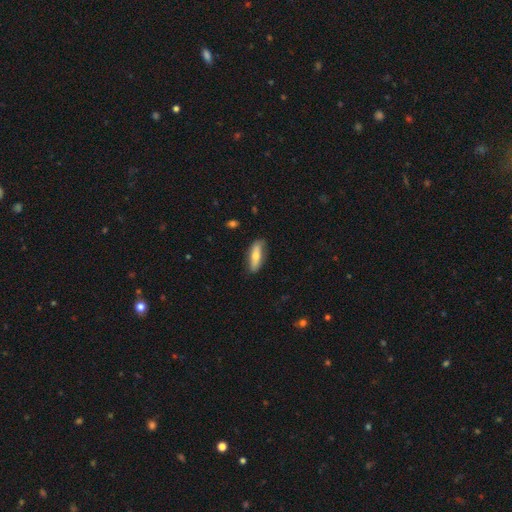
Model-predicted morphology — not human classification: A smooth galaxy with no disk features (62%) that is in between round and cigar-shaped (52%). Merging: none (80%).